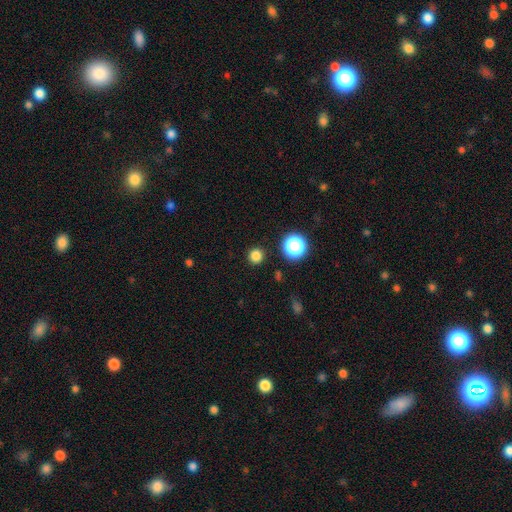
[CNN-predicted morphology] Q: Smooth or featured?
A: smooth (80%); runner-up: star or artifact (16%)
Q: How rounded?
A: round (95%); runner-up: in between (4%)
Q: Merging?
A: none (91%); runner-up: minor disturbance (5%)